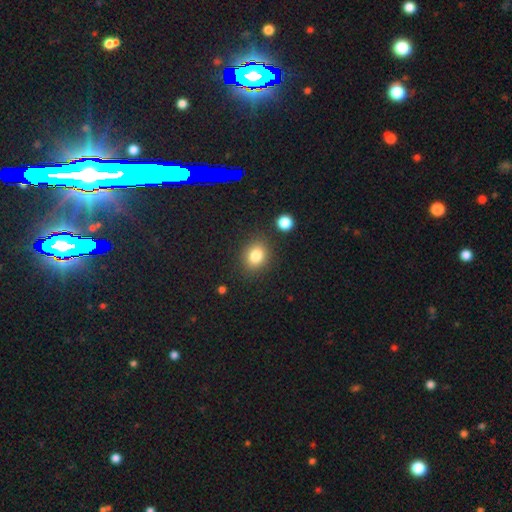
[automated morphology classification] smooth 81%, star or artifact 12%, featured or disk 7%. Down the decision tree: how rounded — round (59%); merging — none (84%).